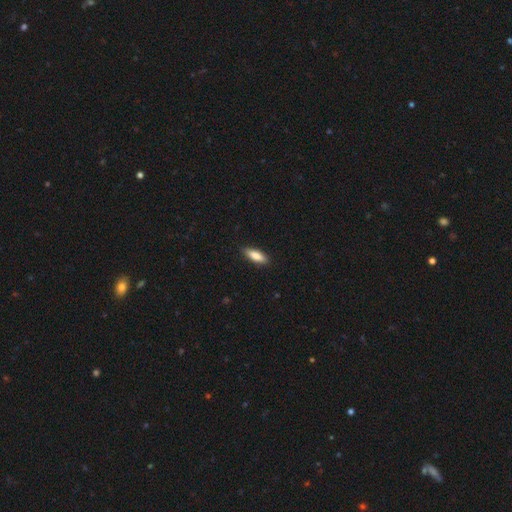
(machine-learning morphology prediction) This appears to be a smooth galaxy with no disk features (81%) that is in between round and cigar-shaped (56%). Merging: none (87%).